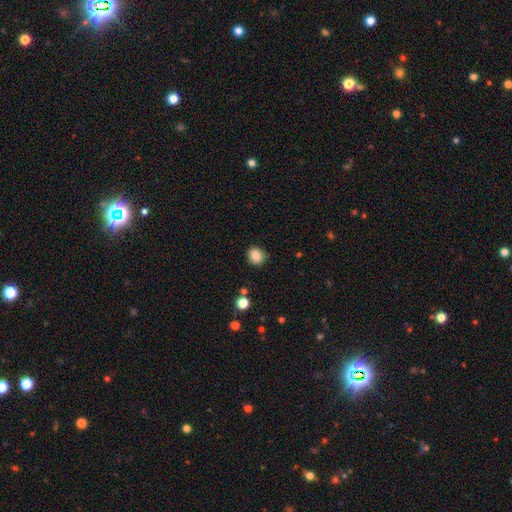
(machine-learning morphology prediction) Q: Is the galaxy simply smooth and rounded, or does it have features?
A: smooth — 85%.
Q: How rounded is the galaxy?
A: round — 74%.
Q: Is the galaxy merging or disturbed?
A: none — 84%.